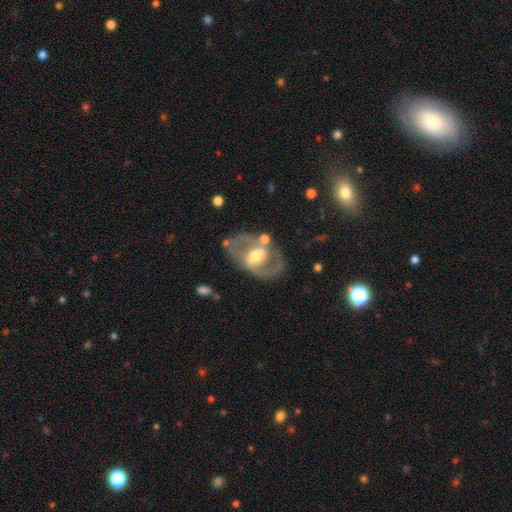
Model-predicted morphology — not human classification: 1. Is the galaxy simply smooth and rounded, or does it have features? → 77% featured or disk, 17% smooth, 6% star or artifact.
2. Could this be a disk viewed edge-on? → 94% no, 6% yes.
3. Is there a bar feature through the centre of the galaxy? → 40% weak, 34% strong, 26% no.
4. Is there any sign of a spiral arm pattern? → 66% yes, 34% no.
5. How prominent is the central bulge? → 60% moderate, 18% large, 18% small, 2% none, 2% dominant.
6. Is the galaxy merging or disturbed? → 67% none, 16% minor disturbance, 10% major disturbance, 7% merger.